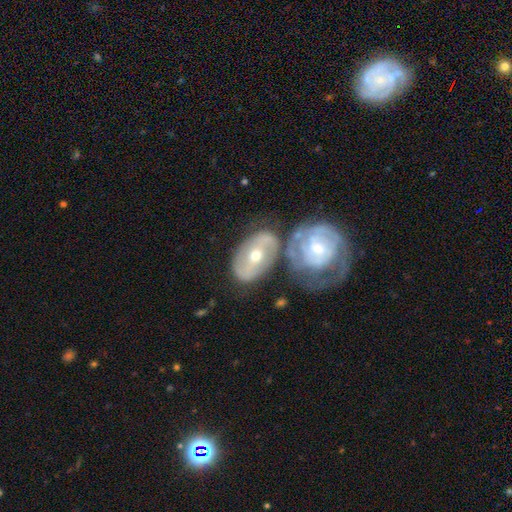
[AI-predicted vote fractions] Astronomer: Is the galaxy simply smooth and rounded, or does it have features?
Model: featured or disk — 71%.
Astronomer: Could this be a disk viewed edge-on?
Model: no — 94%.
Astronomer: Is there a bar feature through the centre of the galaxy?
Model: no — 46% (runner-up: weak, 33%).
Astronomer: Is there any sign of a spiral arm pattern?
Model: yes — 75%.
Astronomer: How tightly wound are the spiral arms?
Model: tight — 53% (runner-up: medium, 32%).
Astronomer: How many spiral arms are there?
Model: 2 — 58%.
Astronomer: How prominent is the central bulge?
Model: moderate — 57% (runner-up: small, 39%).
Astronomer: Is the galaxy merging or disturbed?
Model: none — 39% (runner-up: merger, 37%).